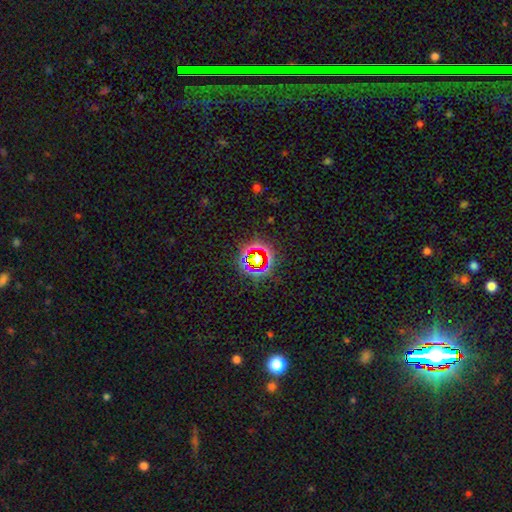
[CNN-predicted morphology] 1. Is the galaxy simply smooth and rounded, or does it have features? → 70% star or artifact, 19% smooth, 11% featured or disk.